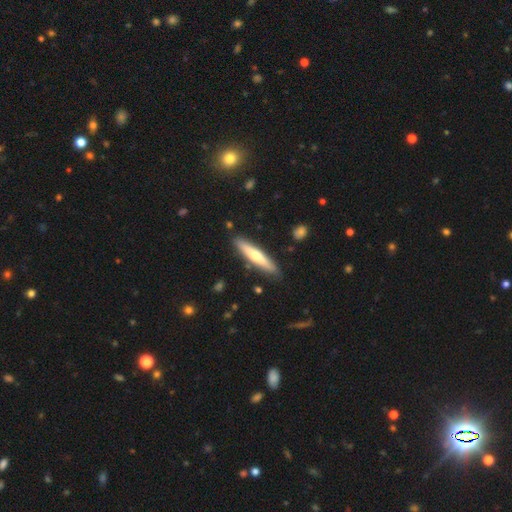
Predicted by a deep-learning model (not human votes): This appears to be a smooth galaxy with no disk features (54%) that is cigar-shaped (87%). Merging: none (87%).